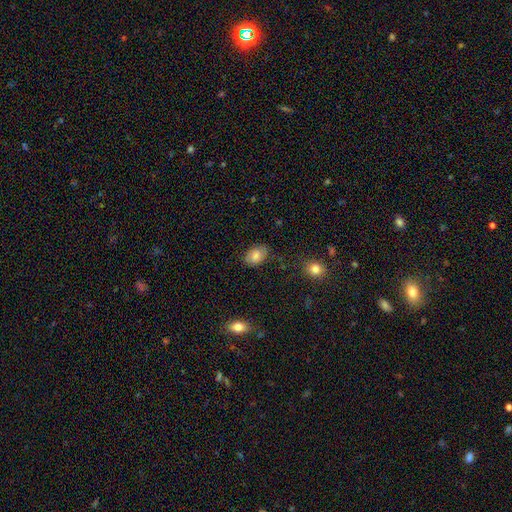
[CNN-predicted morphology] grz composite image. It shows a smooth galaxy with no disk features (77%) that is in between round and cigar-shaped (85%). Merging: none (79%).